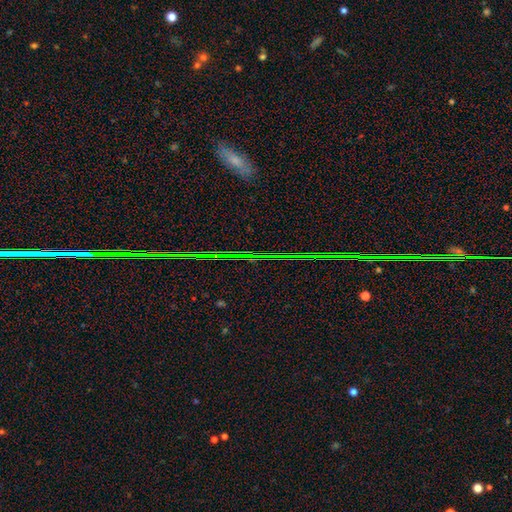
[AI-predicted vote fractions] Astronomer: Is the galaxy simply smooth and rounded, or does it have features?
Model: star or artifact — 78%.